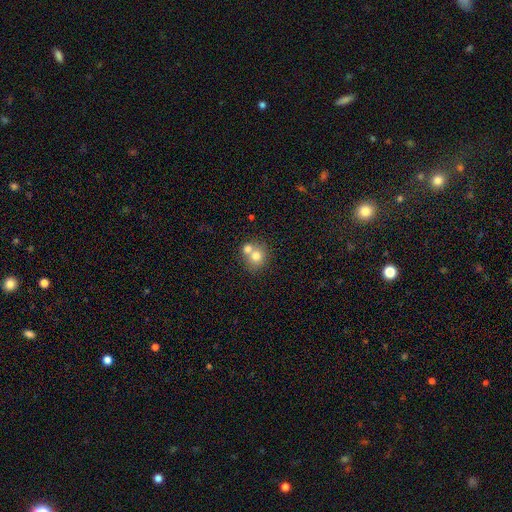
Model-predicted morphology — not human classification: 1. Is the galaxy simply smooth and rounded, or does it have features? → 73% smooth, 16% featured or disk, 11% star or artifact.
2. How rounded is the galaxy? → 82% round, 17% in between, 1% cigar-shaped.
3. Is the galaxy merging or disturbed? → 51% merger, 40% none, 7% minor disturbance, 2% major disturbance.